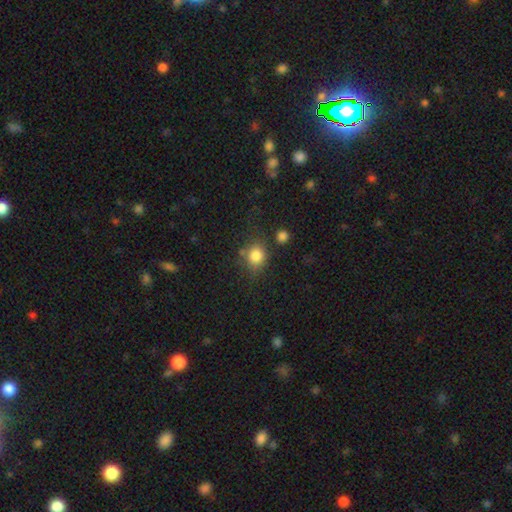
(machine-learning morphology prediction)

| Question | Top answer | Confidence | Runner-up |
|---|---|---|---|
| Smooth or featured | smooth | 83% | star or artifact (10%) |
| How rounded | round | 71% | in between (28%) |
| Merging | none | 68% | minor disturbance (16%) |